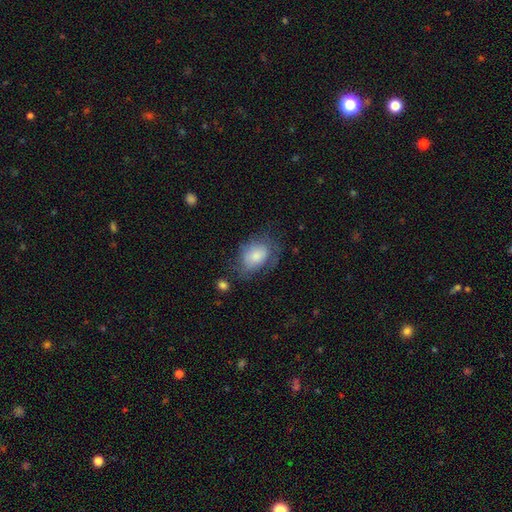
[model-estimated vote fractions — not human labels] smooth_or_featured: smooth (p=0.73) [alt: featured or disk p=0.20]
how_rounded: in between (p=0.77) [alt: round p=0.22]
merging: none (p=0.50) [alt: minor disturbance p=0.29]